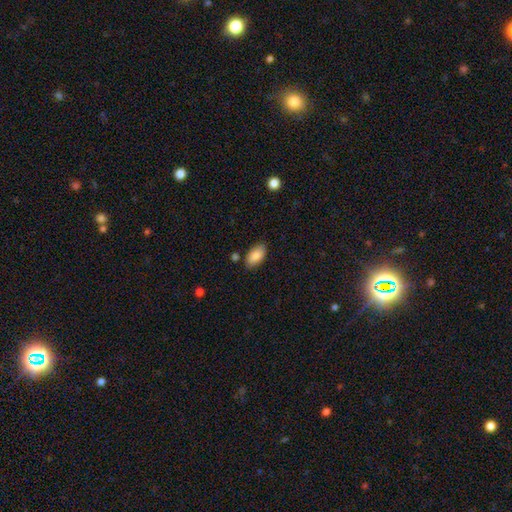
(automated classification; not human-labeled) smooth 86%, featured or disk 7%, star or artifact 7%. Down the decision tree: how rounded — in between (94%); merging — none (82%).